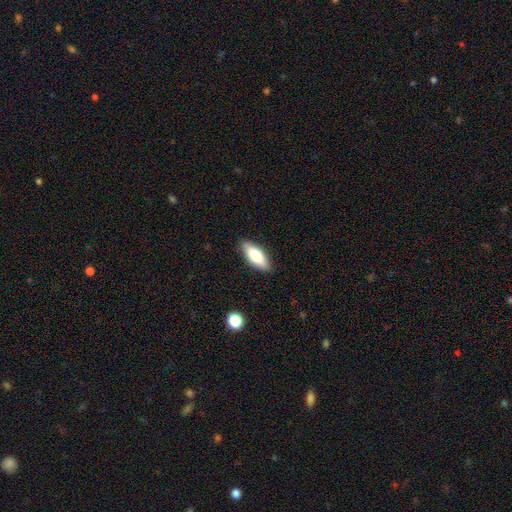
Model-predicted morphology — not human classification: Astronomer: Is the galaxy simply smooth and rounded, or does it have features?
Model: smooth — 75%.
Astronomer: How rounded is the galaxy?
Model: in between — 67%.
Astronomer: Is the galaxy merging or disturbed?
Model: none — 87%.